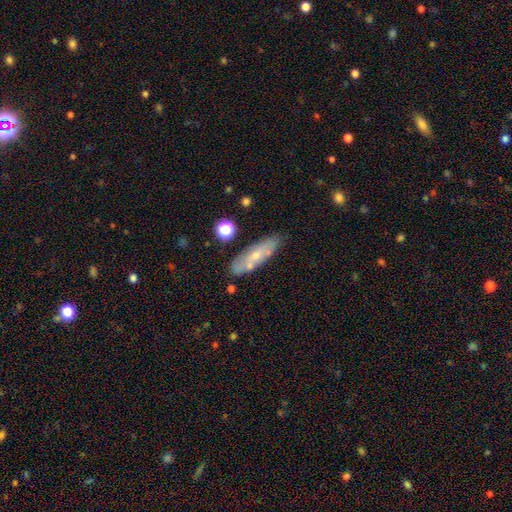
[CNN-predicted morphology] This appears to be a smooth galaxy with no disk features (54%) that is cigar-shaped (58%). Merging: none (72%).